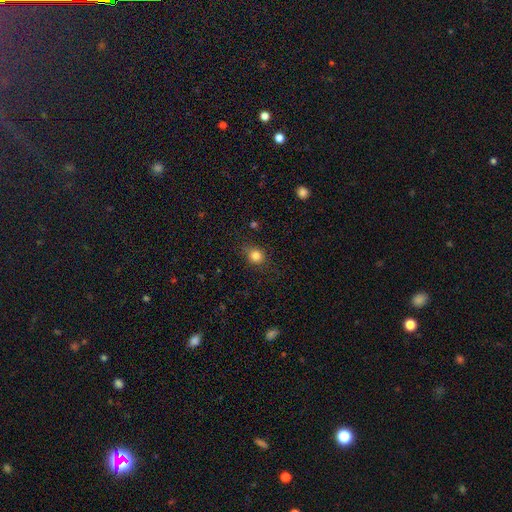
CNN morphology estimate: Q: Smooth or featured?
A: smooth (82%); runner-up: star or artifact (12%)
Q: How rounded?
A: round (76%); runner-up: in between (23%)
Q: Merging?
A: none (77%); runner-up: minor disturbance (17%)